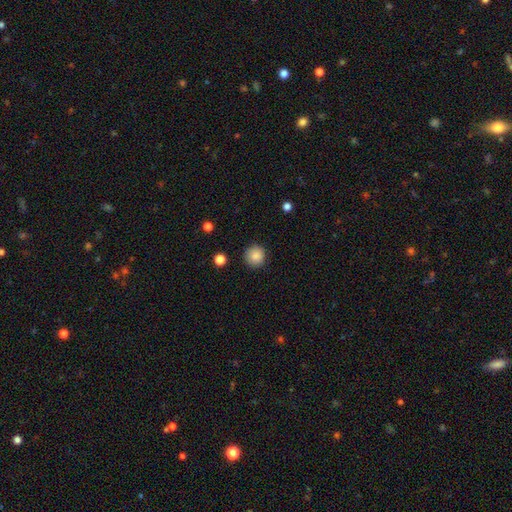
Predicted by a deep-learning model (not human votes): Q: Smooth or featured?
A: smooth (86%); runner-up: star or artifact (9%)
Q: How rounded?
A: round (95%); runner-up: in between (4%)
Q: Merging?
A: none (91%); runner-up: minor disturbance (6%)